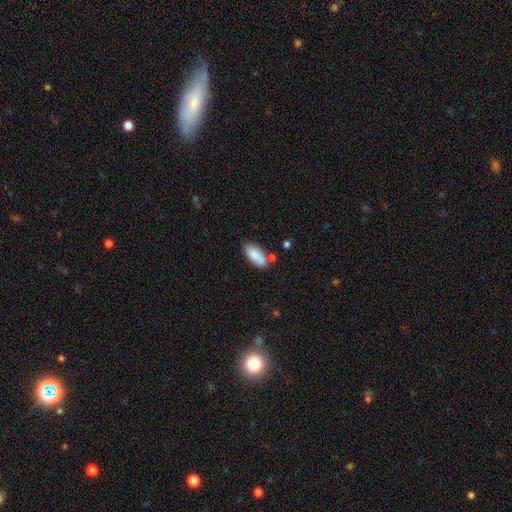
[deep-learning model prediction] Smooth or featured? smooth (86%)
How rounded? in between (90%)
Merging? none (67%)